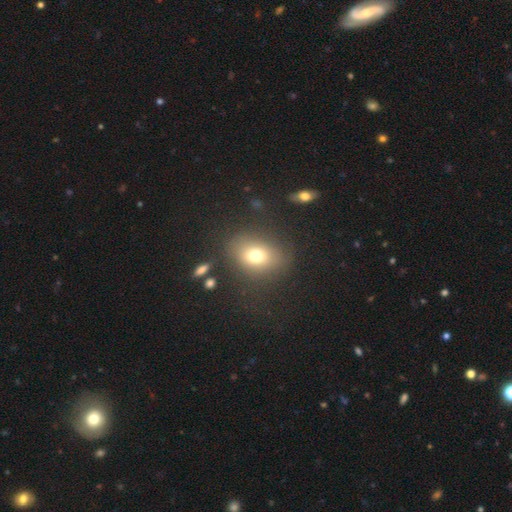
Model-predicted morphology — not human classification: Smooth or featured? Predicted: smooth (p=0.72). How rounded? Predicted: in between (p=0.55). Merging? Predicted: none (p=0.79).